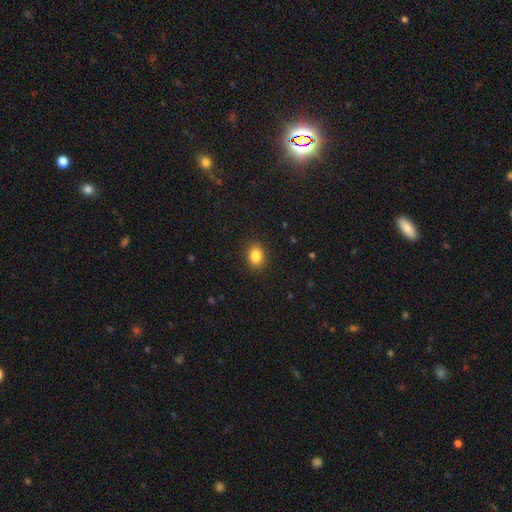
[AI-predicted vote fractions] Overall: smooth (85%). How rounded: in between (55%; round 44%). Merging: none (89%).